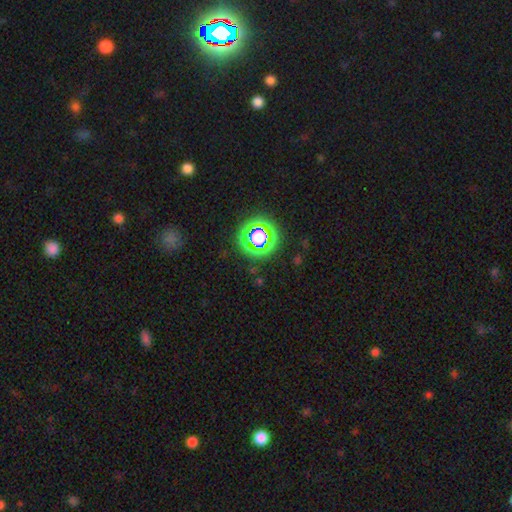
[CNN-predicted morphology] Smooth or featured: star or artifact — 75% (smooth — 17%)